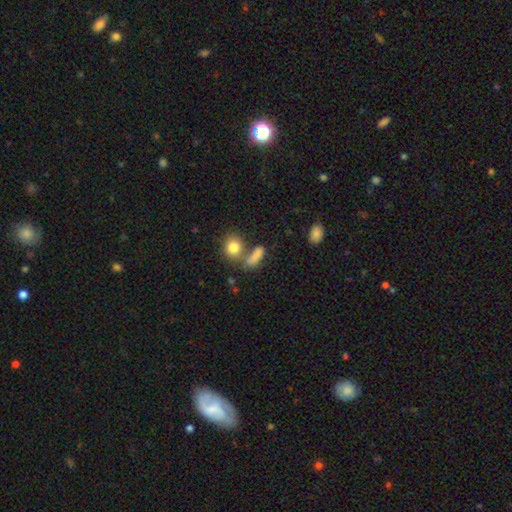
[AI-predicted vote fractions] A smooth galaxy with no disk features (79%) that is in between round and cigar-shaped (52%).

Vote fractions:
- Smooth or featured? smooth: 79% / star or artifact: 11% / featured or disk: 10%
- How rounded? in between: 52% / cigar-shaped: 31% / round: 17%
- Merging? none: 48% / merger: 30% / minor disturbance: 13% / major disturbance: 8%